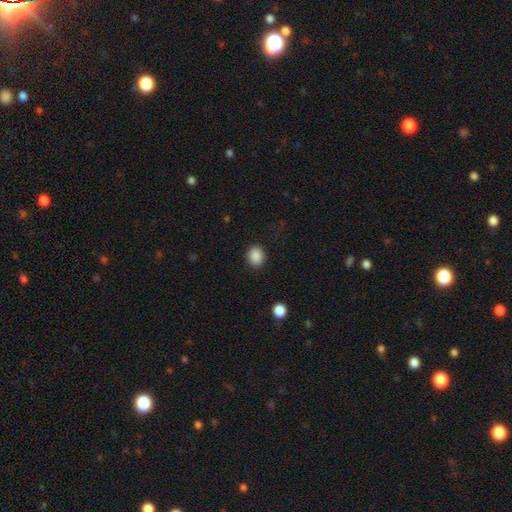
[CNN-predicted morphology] Overall: smooth (88%). How rounded: round (63%; in between 36%). Merging: none (89%).